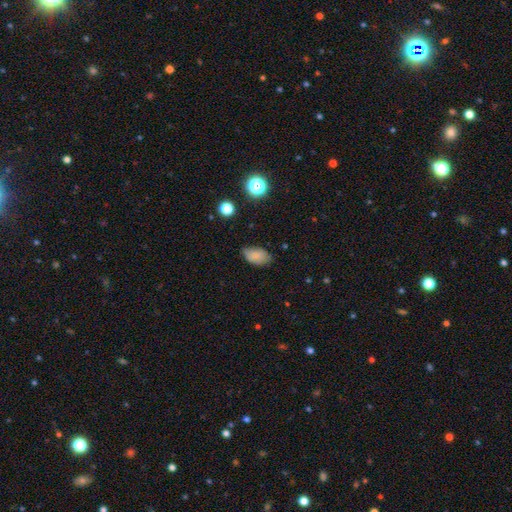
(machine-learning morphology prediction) This is clearly a smooth galaxy (81%). How rounded: clearly in between (91%). Merging: likely none (69%).